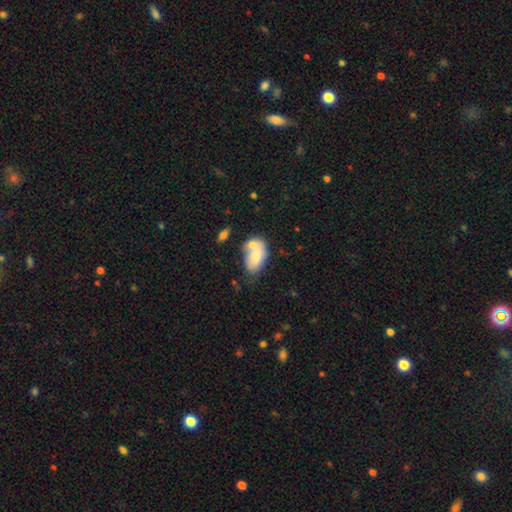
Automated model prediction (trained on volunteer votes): A smooth galaxy with no disk features (70%) that is in between round and cigar-shaped (90%). Merging: merger (48%).